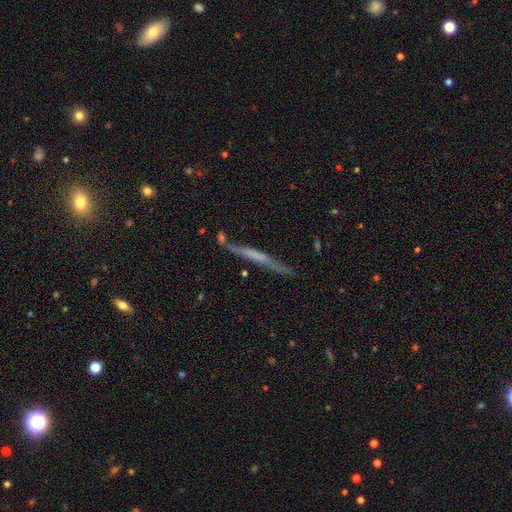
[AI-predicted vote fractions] This is possibly a featured or disk galaxy (55%). It is clearly viewed edge-on (93%). Edge-on bulge: likely none (73%). Merging: likely none (77%).